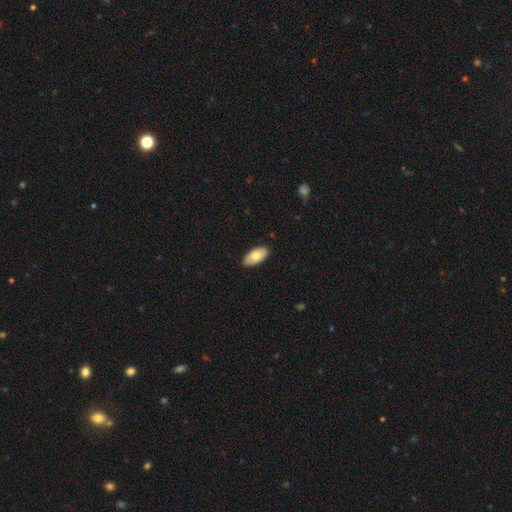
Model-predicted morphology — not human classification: Smooth or featured: smooth — 69% (featured or disk — 25%)
How rounded: in between — 94% (cigar-shaped — 3%)
Merging: none — 87% (minor disturbance — 10%)